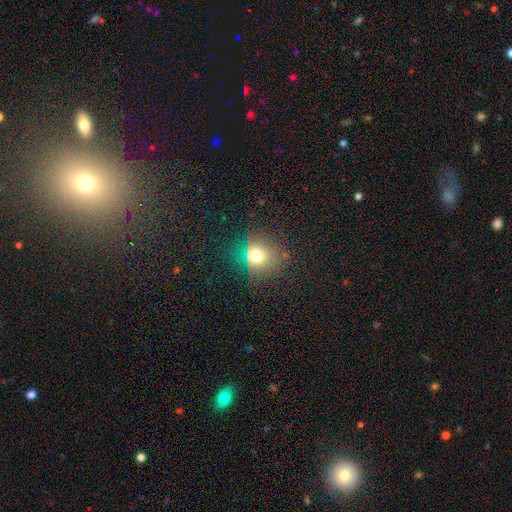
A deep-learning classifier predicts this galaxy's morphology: Q: Smooth or featured?
A: smooth (69%); runner-up: star or artifact (19%)
Q: How rounded?
A: round (81%); runner-up: in between (17%)
Q: Merging?
A: none (72%); runner-up: minor disturbance (17%)